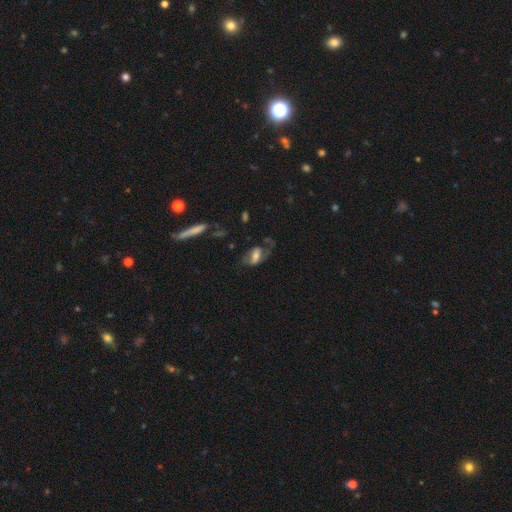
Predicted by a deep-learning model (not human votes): Smooth or featured?
  - featured or disk: 46% * (tied)
  - smooth: 46% * (tied)
  - star or artifact: 8%
Merging?
  - none: 45% *
  - major disturbance: 29%
  - minor disturbance: 22%
  - merger: 3%